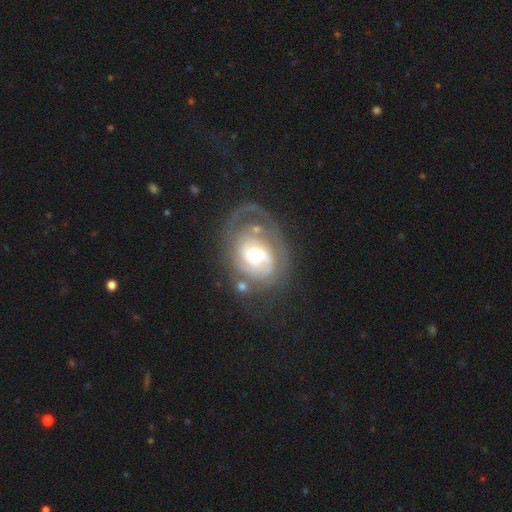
A featured or disk galaxy (95%) with no bar (54%), 3 (36%) tight (64%) spiral arms (94%) and a small central bulge (49%). Merging: none (64%).